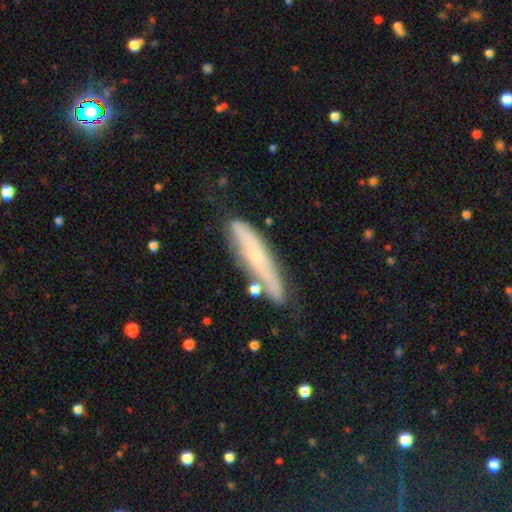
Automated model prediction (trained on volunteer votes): This appears to be a featured or disk galaxy (52%) viewed edge-on (62%). Merging: none (68%).